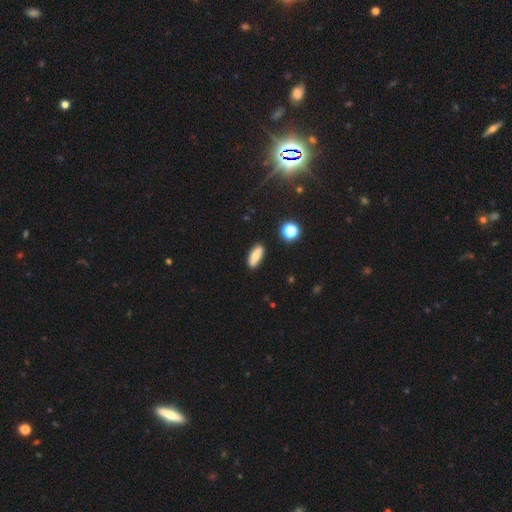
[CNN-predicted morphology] Smooth or featured: smooth — 69% (featured or disk — 22%)
How rounded: in between — 58% (cigar-shaped — 38%)
Merging: none — 87% (minor disturbance — 9%)